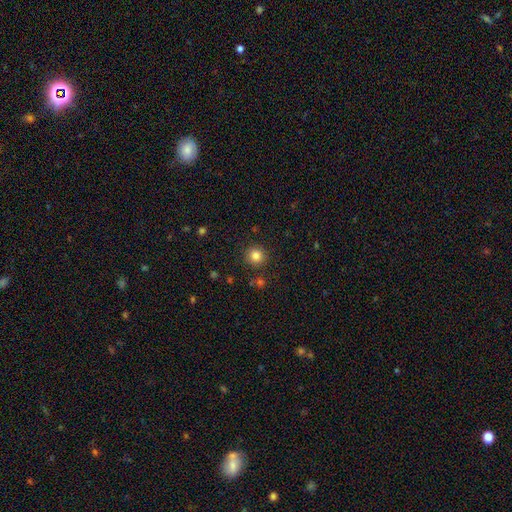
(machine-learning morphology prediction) This is clearly a smooth galaxy (84%). How rounded: clearly round (93%). Merging: clearly none (88%).